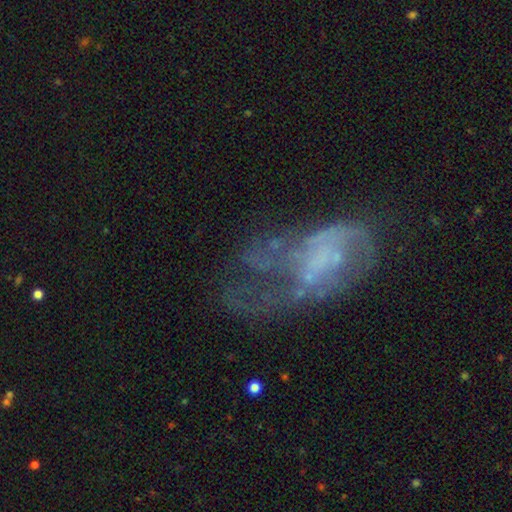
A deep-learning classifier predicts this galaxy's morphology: Smooth or featured?
  - featured or disk: 65% *
  - smooth: 21%
  - star or artifact: 13%
Edge-on disk?
  - no: 96% *
  - yes: 4%
Bar?
  - no: 77% *
  - weak: 18%
  - strong: 5%
Spiral arms?
  - no: 55% *
  - yes: 45%
Bulge size?
  - none: 71% *
  - small: 16%
  - moderate: 9%
  - large: 3%
  - dominant: 1%
Merging?
  - major disturbance: 48% *
  - none: 26%
  - minor disturbance: 17%
  - merger: 8%